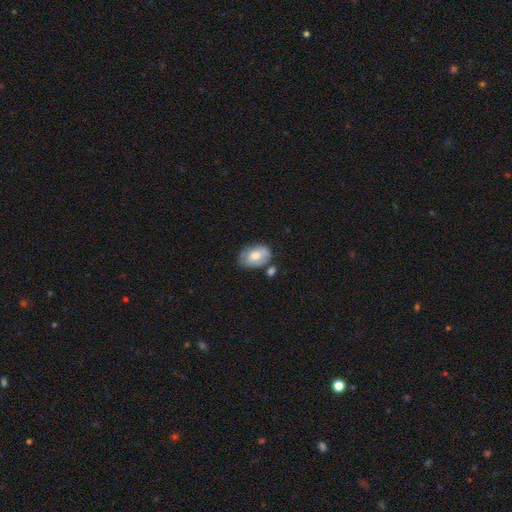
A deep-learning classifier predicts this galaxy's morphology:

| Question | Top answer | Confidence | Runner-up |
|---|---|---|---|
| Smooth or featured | smooth | 61% | featured or disk (32%) |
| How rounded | in between | 83% | round (16%) |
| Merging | none | 54% | minor disturbance (26%) |